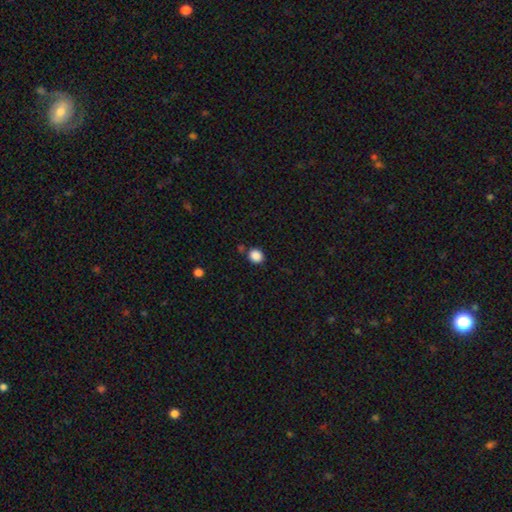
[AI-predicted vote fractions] A smooth galaxy with no disk features (87%) that is round (77%). Merging: none (81%).